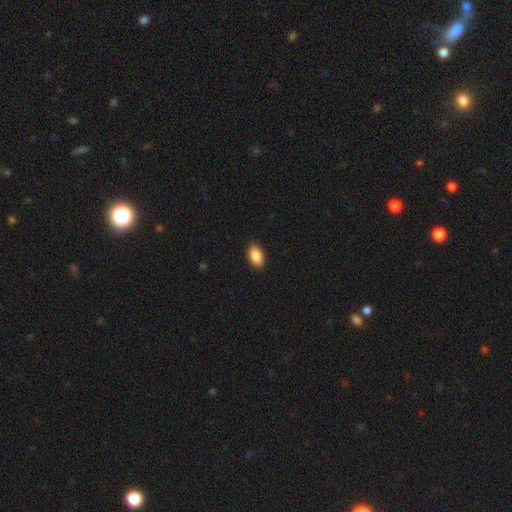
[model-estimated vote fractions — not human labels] This is clearly a smooth galaxy (89%). How rounded: clearly in between (93%). Merging: clearly none (90%).